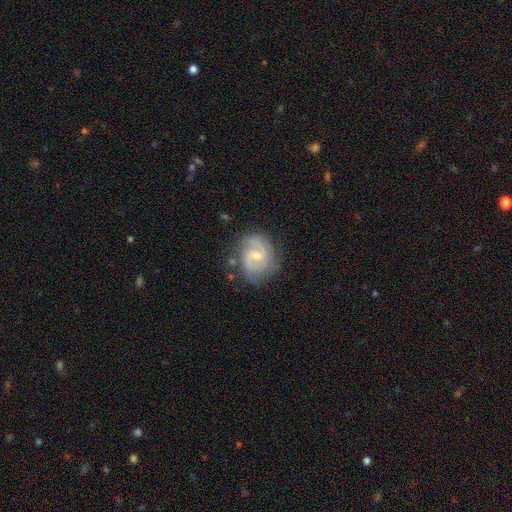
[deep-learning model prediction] Smooth or featured: featured or disk — 84% (smooth — 10%)
Edge-on disk: no — 98% (yes — 2%)
Bar: weak — 60% (no — 29%)
Spiral arms: yes — 96% (no — 4%)
Spiral winding: medium — 52% (tight — 33%)
Spiral arm count: 2 — 77% (can't tell — 9%)
Bulge size: small — 54% (moderate — 41%)
Merging: none — 72% (minor disturbance — 19%)